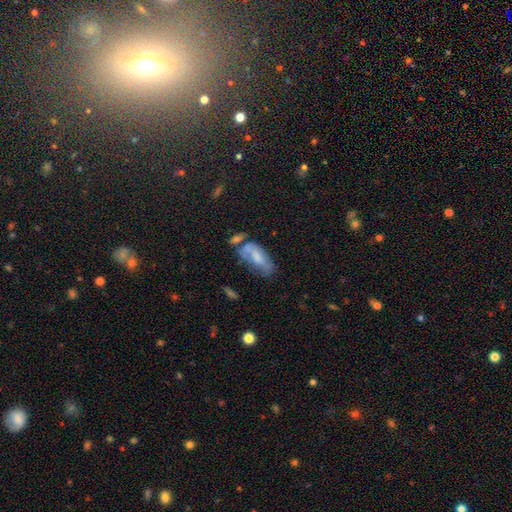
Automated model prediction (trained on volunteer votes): Smooth or featured? smooth (56%)
How rounded? in between (82%)
Merging? none (32%)